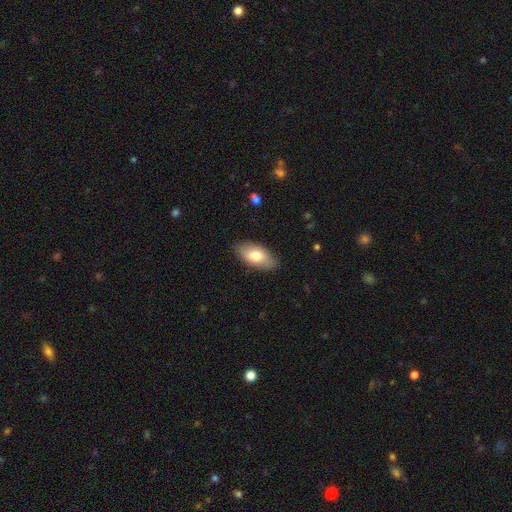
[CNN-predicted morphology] This appears to be a smooth galaxy with no disk features (76%) that is in between round and cigar-shaped (93%). Merging: none (84%).